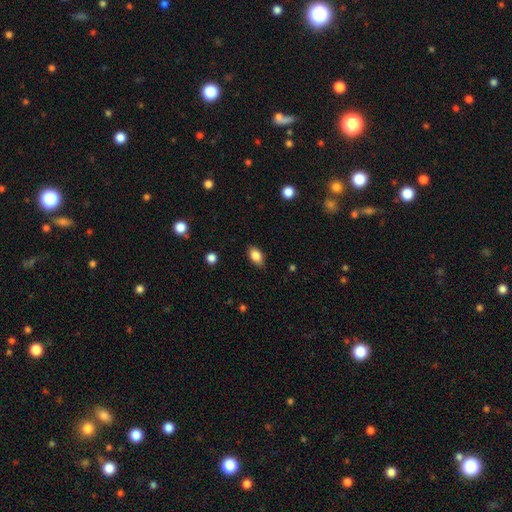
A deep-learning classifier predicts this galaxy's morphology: Overall: smooth (84%). How rounded: in between (88%). Merging: none (83%).